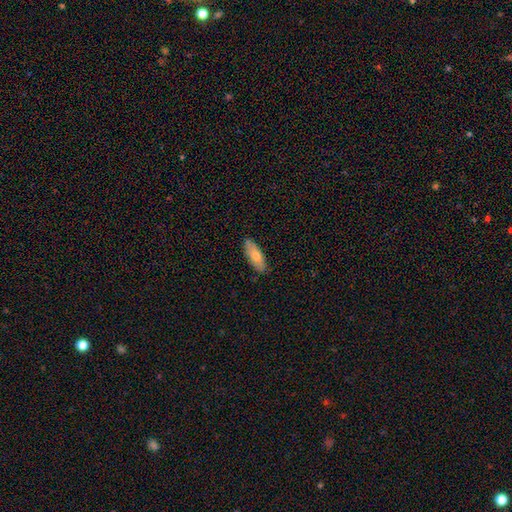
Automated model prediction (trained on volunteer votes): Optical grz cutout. It shows a smooth galaxy with no disk features (65%) that is in between round and cigar-shaped (62%). Merging: none (87%).